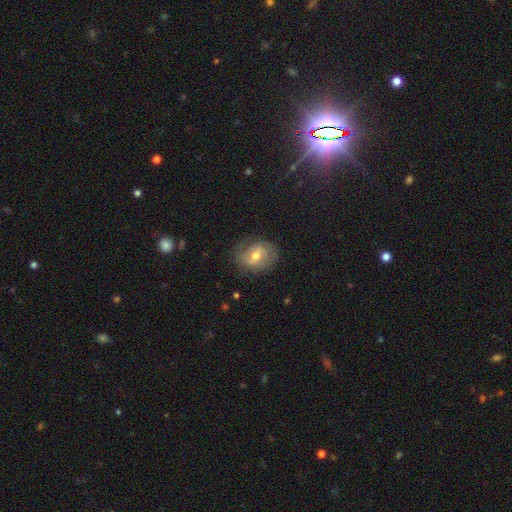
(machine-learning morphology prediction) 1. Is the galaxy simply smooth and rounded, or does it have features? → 53% featured or disk, 39% smooth, 9% star or artifact.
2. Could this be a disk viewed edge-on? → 96% no, 4% yes.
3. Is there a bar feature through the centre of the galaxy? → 49% weak, 35% no, 17% strong.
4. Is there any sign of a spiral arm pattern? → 71% yes, 29% no.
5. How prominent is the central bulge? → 71% moderate, 22% small, 5% large, 1% none, 1% dominant.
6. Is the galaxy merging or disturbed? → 71% none, 20% minor disturbance, 8% major disturbance, 1% merger.